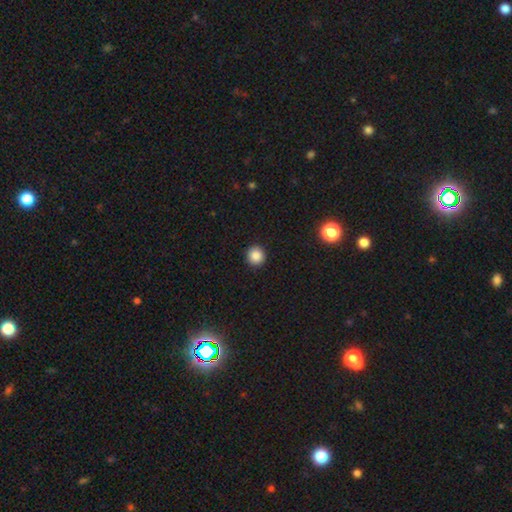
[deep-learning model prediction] This is clearly a smooth galaxy (86%). How rounded: clearly round (94%). Merging: clearly none (93%).